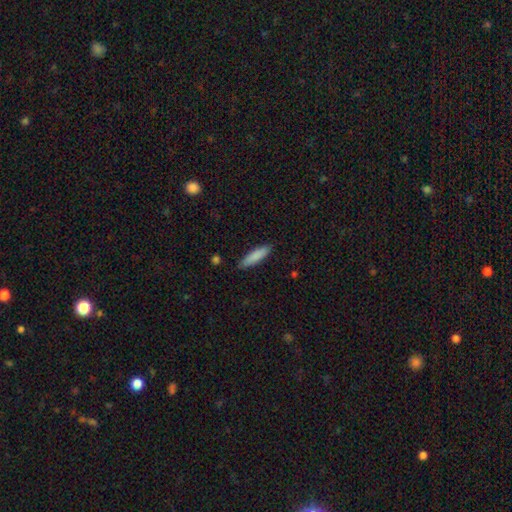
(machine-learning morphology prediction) smooth 85%, featured or disk 9%, star or artifact 6%. Down the decision tree: how rounded — cigar-shaped (77%); merging — none (85%).